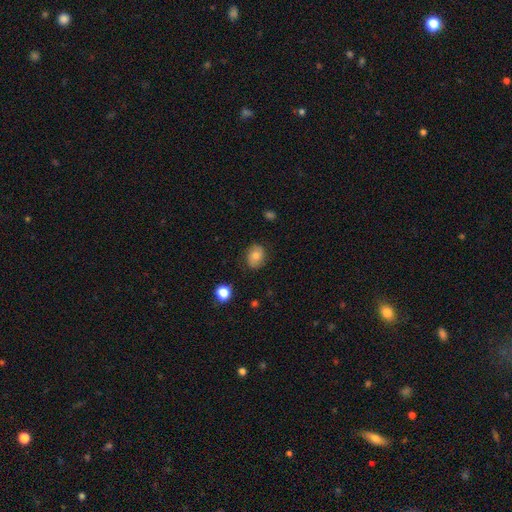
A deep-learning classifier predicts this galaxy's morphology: Q: Smooth or featured?
A: smooth (73%); runner-up: featured or disk (17%)
Q: How rounded?
A: round (51%); runner-up: in between (48%)
Q: Merging?
A: none (81%); runner-up: minor disturbance (14%)